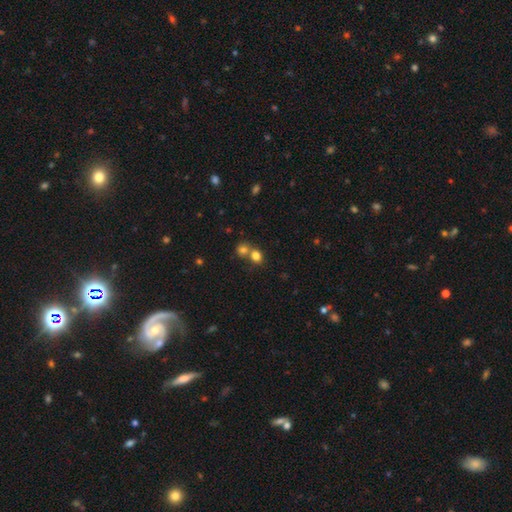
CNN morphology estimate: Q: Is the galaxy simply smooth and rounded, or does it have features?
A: smooth — 78%.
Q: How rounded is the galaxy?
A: round — 72%.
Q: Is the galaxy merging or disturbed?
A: merger — 47%.